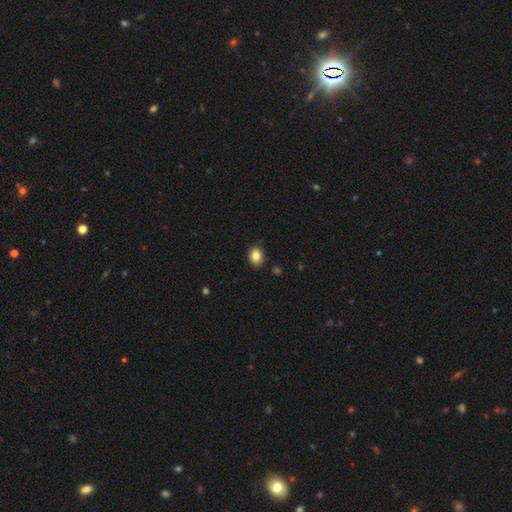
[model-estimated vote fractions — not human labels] Smooth or featured?
  - smooth: 85% *
  - star or artifact: 9%
  - featured or disk: 6%
How rounded?
  - in between: 59% *
  - round: 40%
  - cigar-shaped: 1%
Merging?
  - none: 87% *
  - minor disturbance: 10%
  - major disturbance: 2%
  - merger: 1%